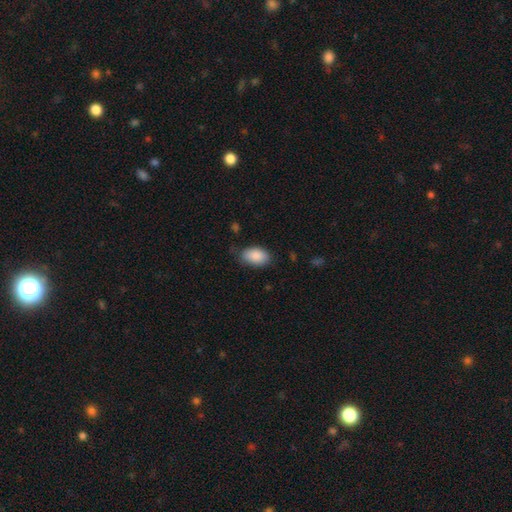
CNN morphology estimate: Smooth or featured: smooth — 89% (star or artifact — 7%)
How rounded: in between — 92% (round — 7%)
Merging: none — 74% (minor disturbance — 21%)